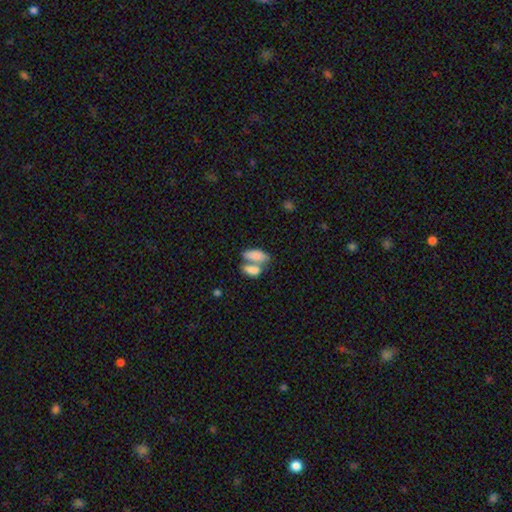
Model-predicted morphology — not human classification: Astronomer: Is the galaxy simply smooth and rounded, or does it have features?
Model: smooth — 78%.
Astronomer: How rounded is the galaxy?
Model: in between — 88%.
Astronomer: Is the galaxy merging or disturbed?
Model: merger — 65%.